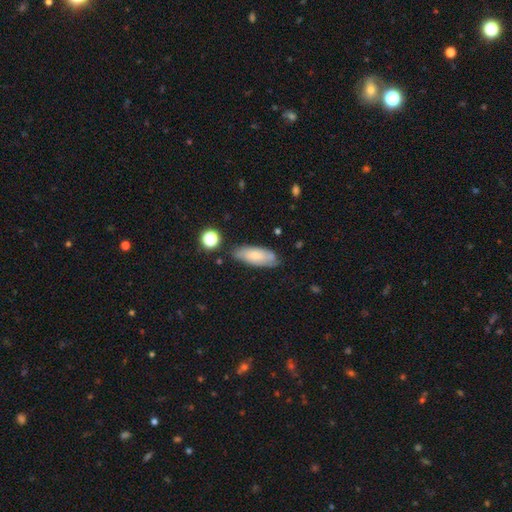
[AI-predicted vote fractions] smooth 63%, featured or disk 30%, star or artifact 7%. Down the decision tree: how rounded — in between (77%); merging — none (67%).